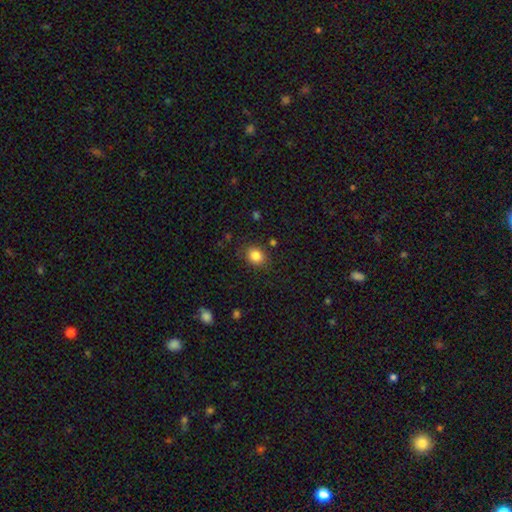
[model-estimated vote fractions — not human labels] Morphology: type=smooth (84%); roundness=round (57%); merging=none (84%).